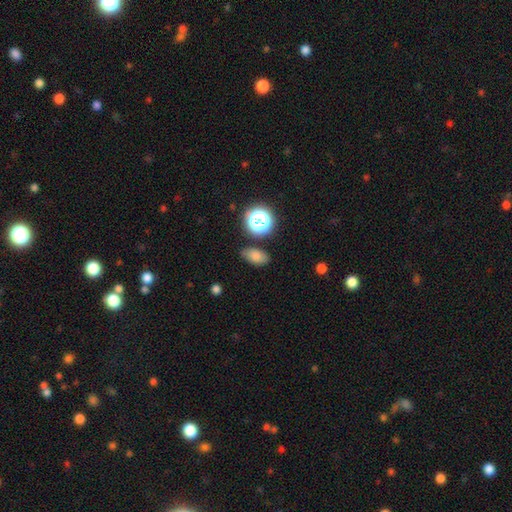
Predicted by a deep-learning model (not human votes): smooth_or_featured: smooth (p=0.77) [alt: star or artifact p=0.14]
how_rounded: in between (p=0.84) [alt: round p=0.13]
merging: none (p=0.77) [alt: minor disturbance p=0.15]